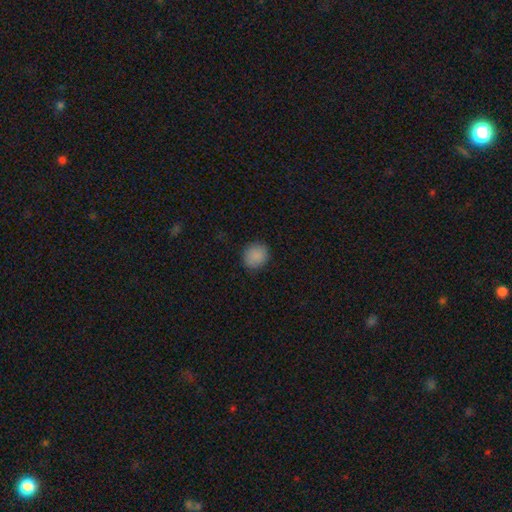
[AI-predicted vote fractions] The model was most divided on "how rounded": round: 84%, in between: 15%, cigar-shaped: 1%. More confident: merging — none (88%); smooth or featured — smooth (87%).